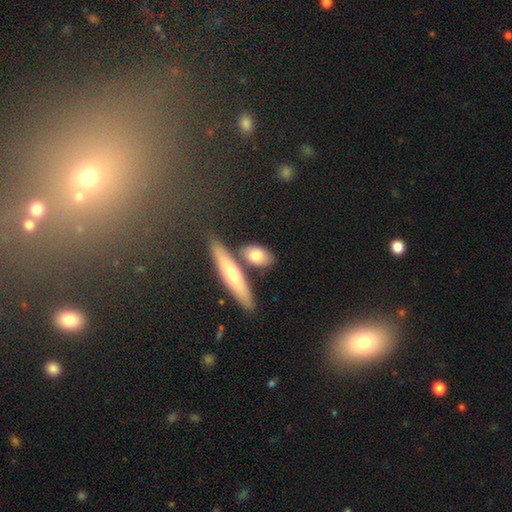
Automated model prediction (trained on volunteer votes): Smooth or featured? smooth (74%)
How rounded? in between (70%)
Merging? none (66%)